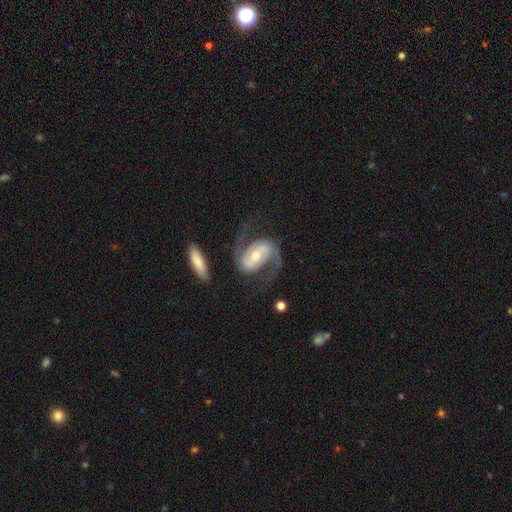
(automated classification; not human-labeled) Smooth or featured: featured or disk — 90% (smooth — 6%)
Edge-on disk: no — 97% (yes — 3%)
Bar: weak — 38% (strong — 32%)
Spiral arms: yes — 97% (no — 3%)
Spiral winding: medium — 52% (loose — 32%)
Spiral arm count: 2 — 93% (can't tell — 2%)
Bulge size: moderate — 64% (small — 29%)
Merging: none — 70% (minor disturbance — 14%)